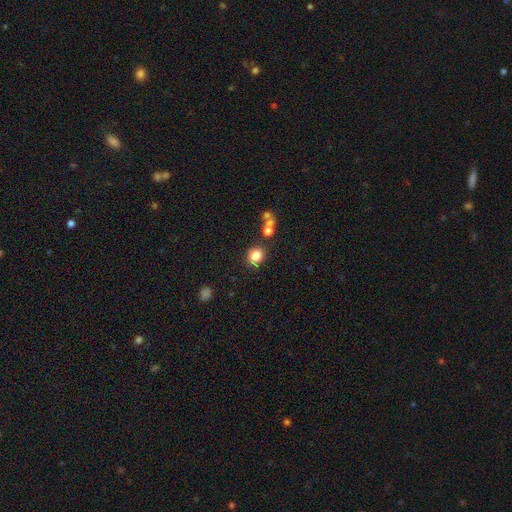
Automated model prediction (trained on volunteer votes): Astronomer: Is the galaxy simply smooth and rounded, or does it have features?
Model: smooth — 82%.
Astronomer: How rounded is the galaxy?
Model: round — 70%.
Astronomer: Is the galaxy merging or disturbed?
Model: none — 71%.